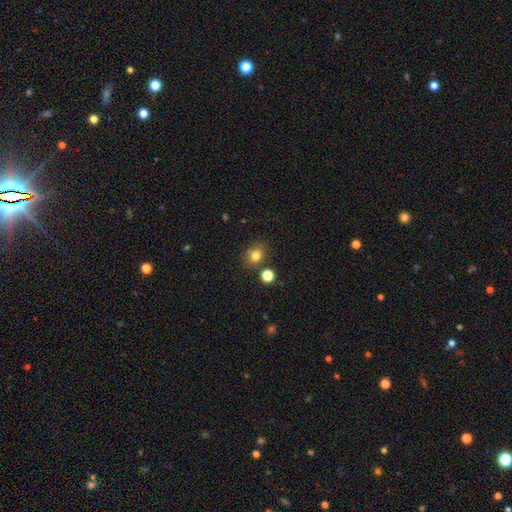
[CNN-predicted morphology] Smooth or featured? smooth (79%)
How rounded? round (71%)
Merging? none (76%)